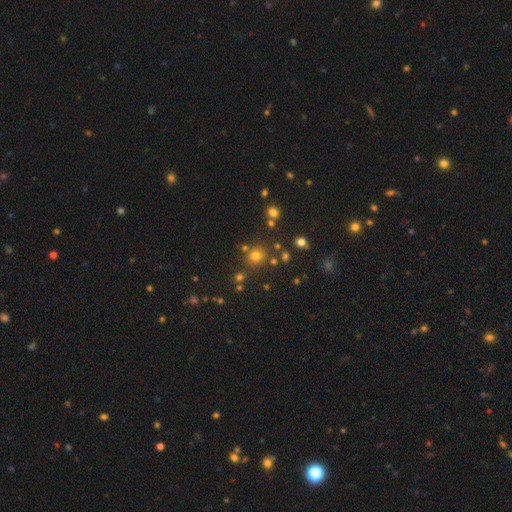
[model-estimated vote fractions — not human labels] Morphology: type=smooth (70%); roundness=round (82%); merging=none (77%).